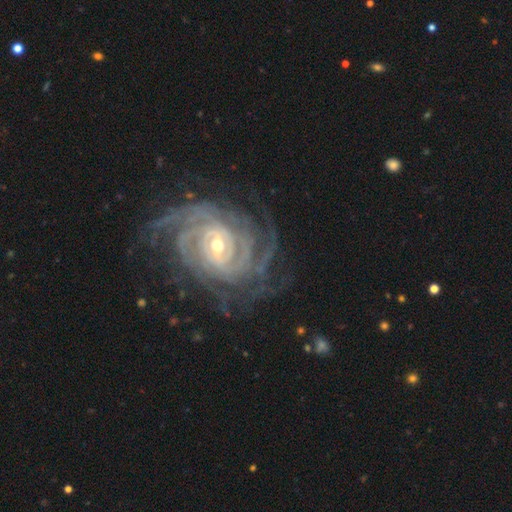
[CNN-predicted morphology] Smooth or featured? featured or disk (92%)
Edge-on disk? no (97%)
Bar? weak (39%)
Spiral arms? yes (99%)
Spiral winding? tight (76%)
Spiral arm count? 4 (25%)
Bulge size? small (60%)
Merging? none (77%)